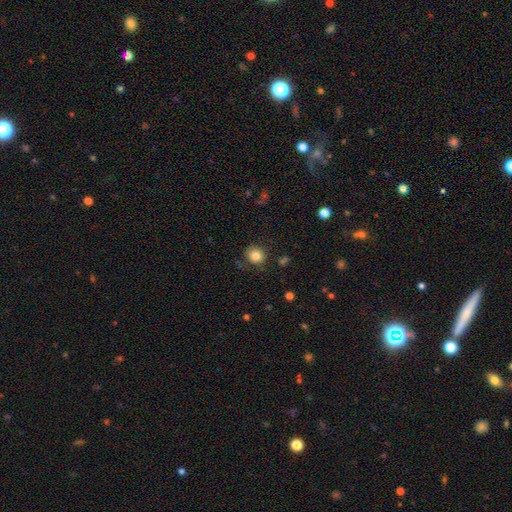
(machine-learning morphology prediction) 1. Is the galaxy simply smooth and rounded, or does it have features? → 83% smooth, 10% star or artifact, 7% featured or disk.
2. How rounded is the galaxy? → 86% round, 13% in between, 1% cigar-shaped.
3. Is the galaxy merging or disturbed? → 79% none, 14% minor disturbance, 5% major disturbance, 2% merger.